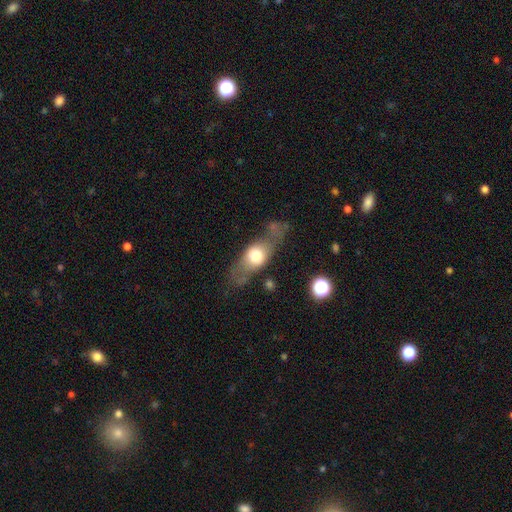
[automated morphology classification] The model was most divided on "smooth or featured": smooth: 52%, featured or disk: 41%, star or artifact: 7%. More confident: how rounded — in between (63%); merging — none (57%).